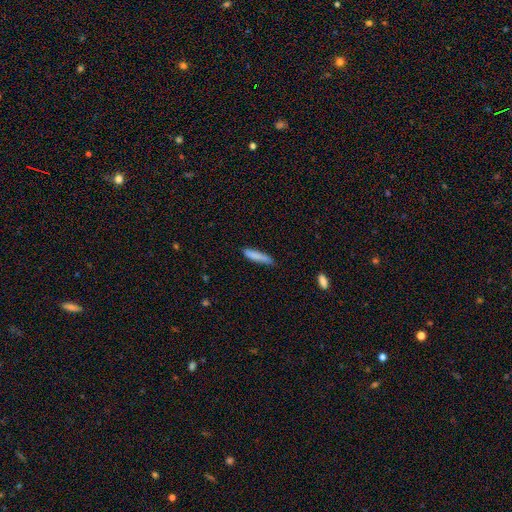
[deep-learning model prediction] Smooth or featured? smooth (84%)
How rounded? cigar-shaped (84%)
Merging? none (76%)